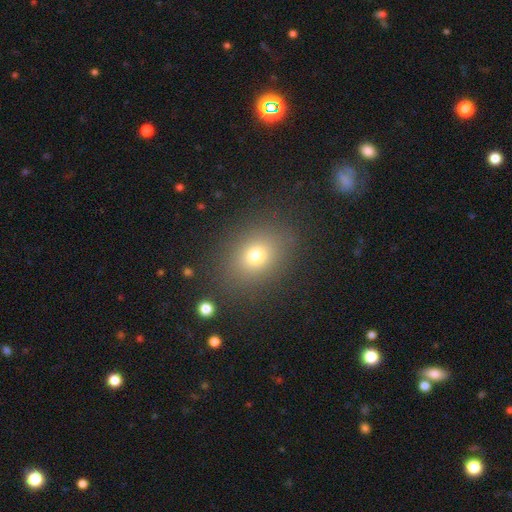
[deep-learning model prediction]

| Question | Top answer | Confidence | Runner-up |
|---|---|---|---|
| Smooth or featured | smooth | 74% | star or artifact (16%) |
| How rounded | in between | 52% | round (47%) |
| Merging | none | 85% | minor disturbance (9%) |